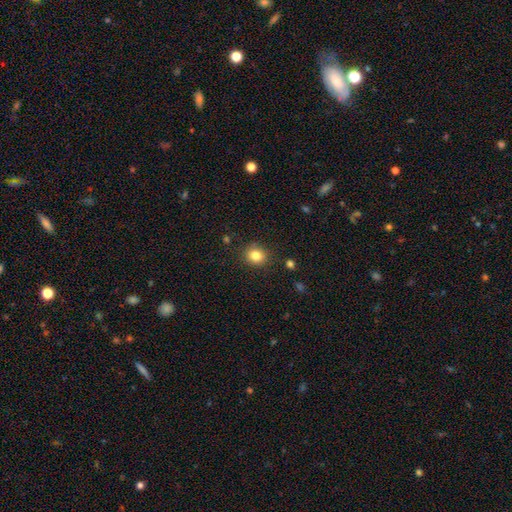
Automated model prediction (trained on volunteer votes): Smooth or featured?
  - smooth: 83% *
  - star or artifact: 11%
  - featured or disk: 6%
How rounded?
  - round: 74% *
  - in between: 25%
  - cigar-shaped: 1%
Merging?
  - none: 87% *
  - minor disturbance: 9%
  - major disturbance: 3%
  - merger: 2%